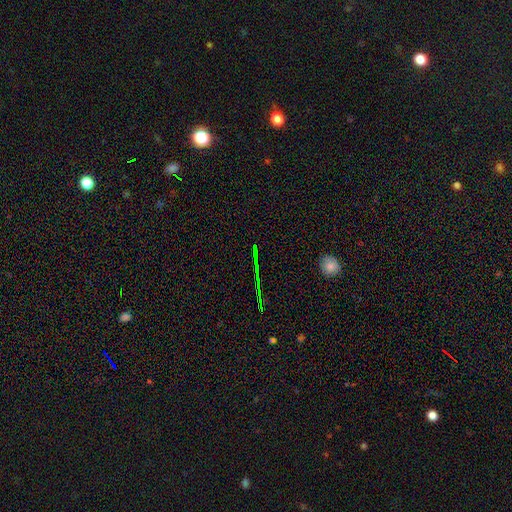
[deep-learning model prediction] Smooth or featured?
  - star or artifact: 74% *
  - featured or disk: 14%
  - smooth: 12%